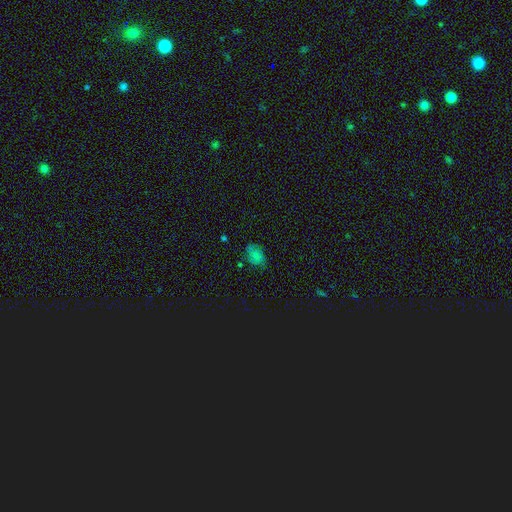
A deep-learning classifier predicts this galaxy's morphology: A smooth galaxy with no disk features (64%) that is in between round and cigar-shaped (77%).

Vote fractions:
- Smooth or featured? smooth: 64% / star or artifact: 20% / featured or disk: 16%
- How rounded? in between: 77% / round: 22% / cigar-shaped: 1%
- Merging? none: 62% / minor disturbance: 26% / major disturbance: 9% / merger: 3%